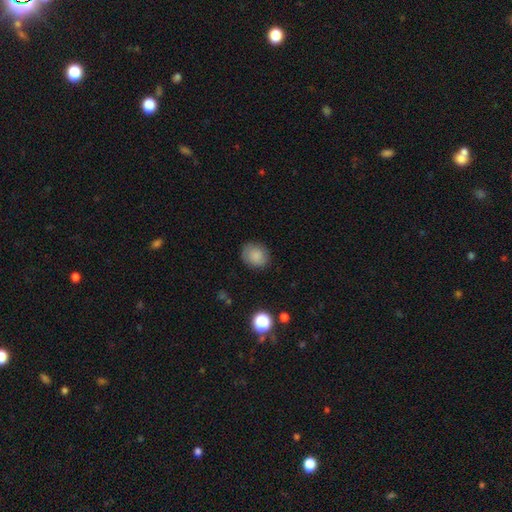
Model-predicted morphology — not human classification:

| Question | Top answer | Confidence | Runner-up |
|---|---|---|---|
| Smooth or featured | smooth | 85% | star or artifact (9%) |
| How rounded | round | 64% | in between (35%) |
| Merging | none | 82% | minor disturbance (14%) |